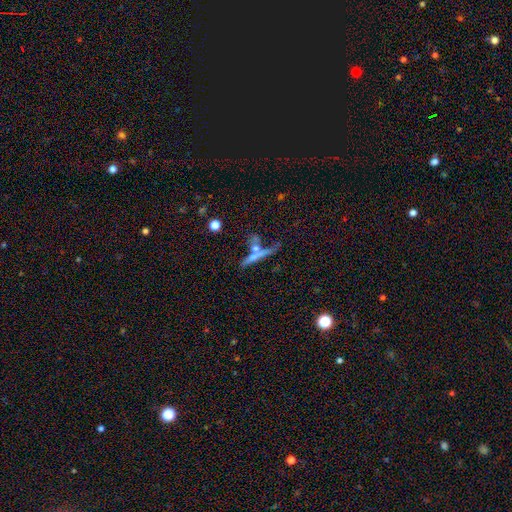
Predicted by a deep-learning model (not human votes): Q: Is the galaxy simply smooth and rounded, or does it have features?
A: featured or disk — 47%.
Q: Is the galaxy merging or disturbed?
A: none — 50%.